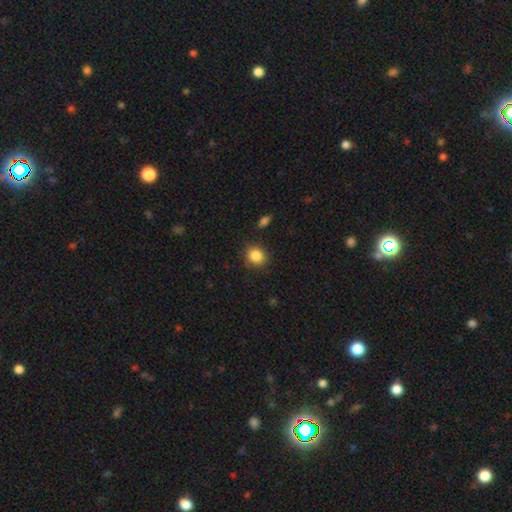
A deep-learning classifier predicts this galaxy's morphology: Smooth or featured: smooth — 86% (star or artifact — 9%)
How rounded: round — 75% (in between — 24%)
Merging: none — 83% (minor disturbance — 12%)